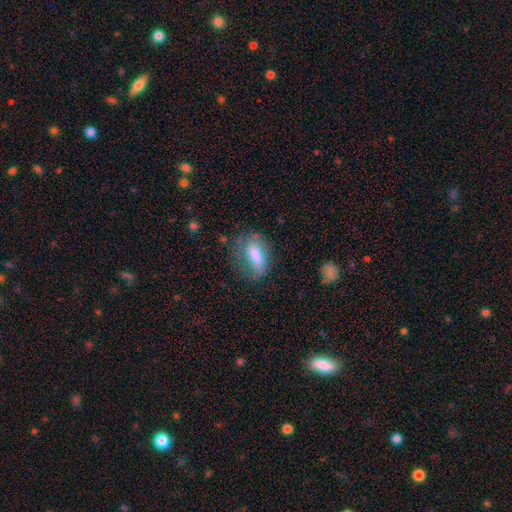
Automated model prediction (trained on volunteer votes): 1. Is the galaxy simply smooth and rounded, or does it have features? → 66% smooth, 25% featured or disk, 9% star or artifact.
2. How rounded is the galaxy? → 79% in between, 15% cigar-shaped, 6% round.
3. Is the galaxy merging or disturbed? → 53% none, 26% minor disturbance, 18% major disturbance, 2% merger.